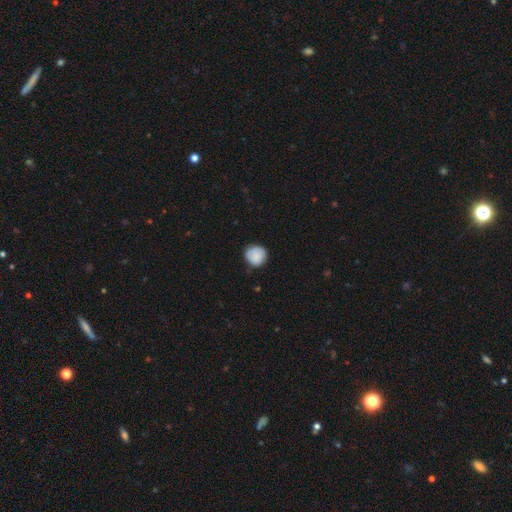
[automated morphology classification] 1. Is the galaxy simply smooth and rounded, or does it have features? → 82% smooth, 11% featured or disk, 8% star or artifact.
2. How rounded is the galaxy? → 90% round, 9% in between, 1% cigar-shaped.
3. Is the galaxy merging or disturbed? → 76% none, 19% minor disturbance, 3% major disturbance, 1% merger.